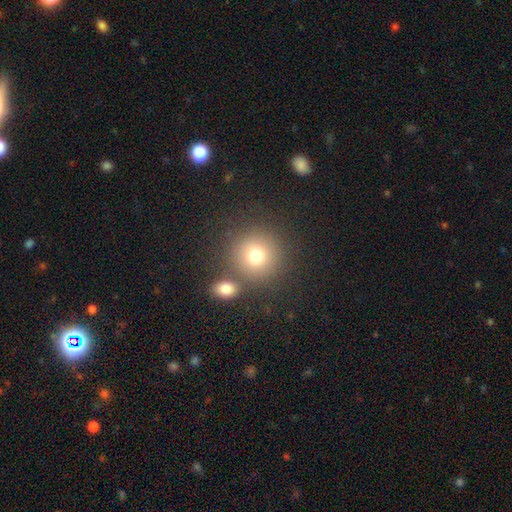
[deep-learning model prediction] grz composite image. It shows a smooth galaxy with no disk features (76%) that is round (92%). Merging: none (74%).